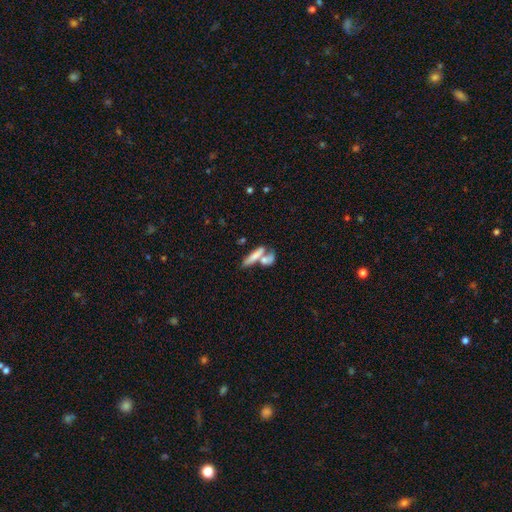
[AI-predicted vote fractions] Smooth or featured?
  - smooth: 66% *
  - featured or disk: 26%
  - star or artifact: 8%
How rounded?
  - cigar-shaped: 60% *
  - in between: 34%
  - round: 6%
Merging?
  - merger: 50% *
  - none: 35%
  - minor disturbance: 9%
  - major disturbance: 5%